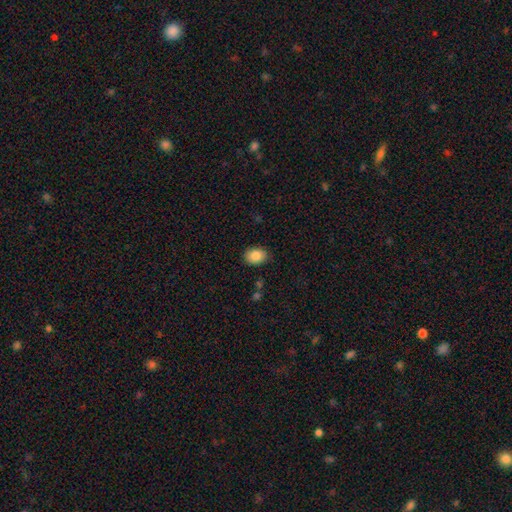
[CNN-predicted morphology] smooth 87%, star or artifact 8%, featured or disk 5%. Down the decision tree: how rounded — in between (66%); merging — none (86%).